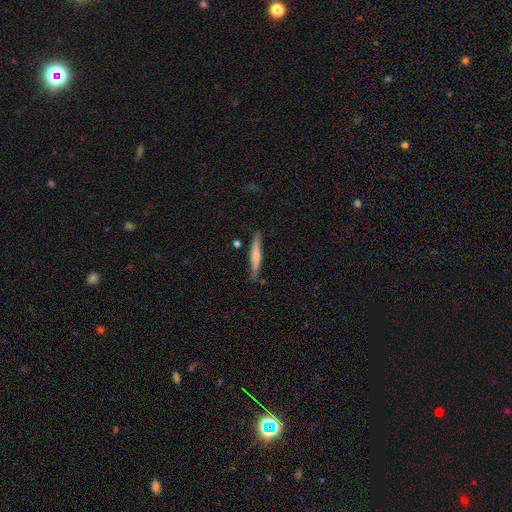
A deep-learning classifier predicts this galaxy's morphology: A smooth galaxy with no disk features (57%) that is cigar-shaped (94%). Merging: none (83%).